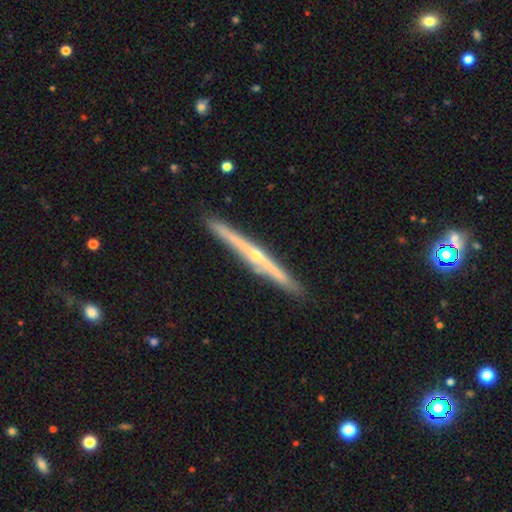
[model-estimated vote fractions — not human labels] smooth_or_featured: featured or disk (p=0.80) [alt: smooth p=0.14]
disk_edge_on: yes (p=0.98) [alt: no p=0.02]
edge_on_bulge: rounded (p=0.80) [alt: none p=0.17]
merging: none (p=0.91) [alt: minor disturbance p=0.06]